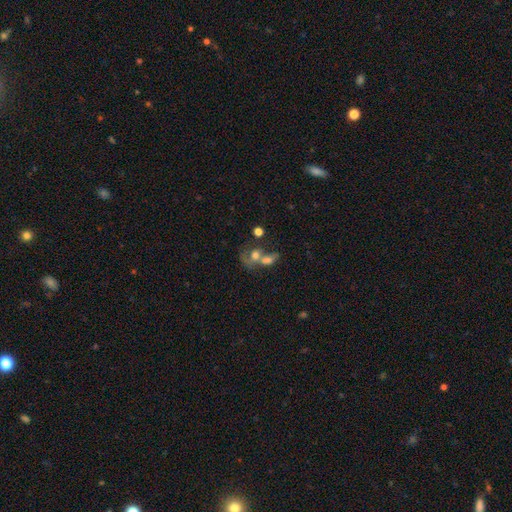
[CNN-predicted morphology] Smooth or featured? smooth (51%)
How rounded? in between (53%)
Merging? merger (62%)